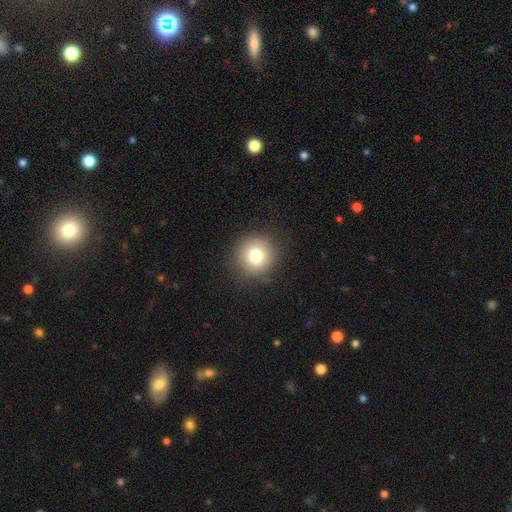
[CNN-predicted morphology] Smooth or featured? Predicted: smooth (p=0.78). How rounded? Predicted: round (p=0.95). Merging? Predicted: none (p=0.90).